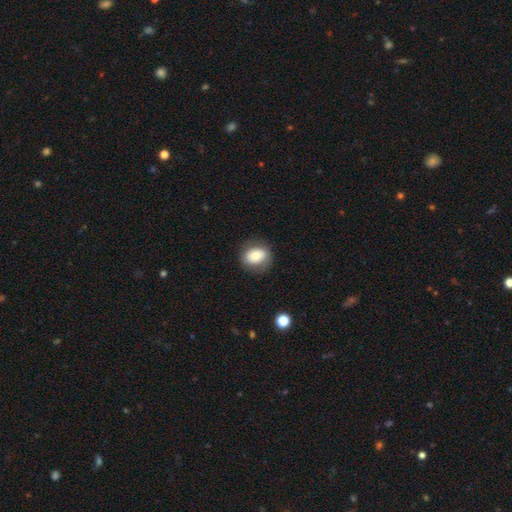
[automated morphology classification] smooth 72%, featured or disk 19%, star or artifact 8%. Down the decision tree: how rounded — in between (50%); merging — none (79%).